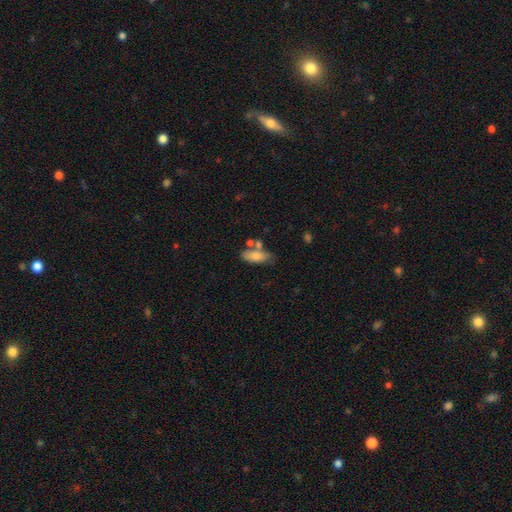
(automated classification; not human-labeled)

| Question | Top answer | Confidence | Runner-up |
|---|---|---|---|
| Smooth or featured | smooth | 75% | featured or disk (17%) |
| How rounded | in between | 77% | cigar-shaped (20%) |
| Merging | none | 54% | minor disturbance (20%) |